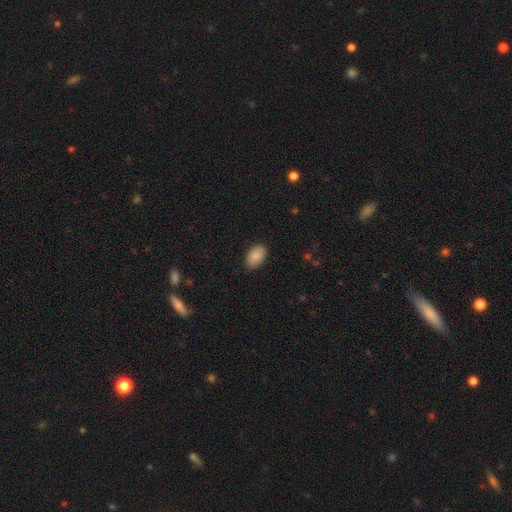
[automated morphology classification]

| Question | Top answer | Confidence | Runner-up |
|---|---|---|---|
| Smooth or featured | smooth | 89% | star or artifact (7%) |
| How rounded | in between | 90% | round (9%) |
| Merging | none | 85% | minor disturbance (12%) |